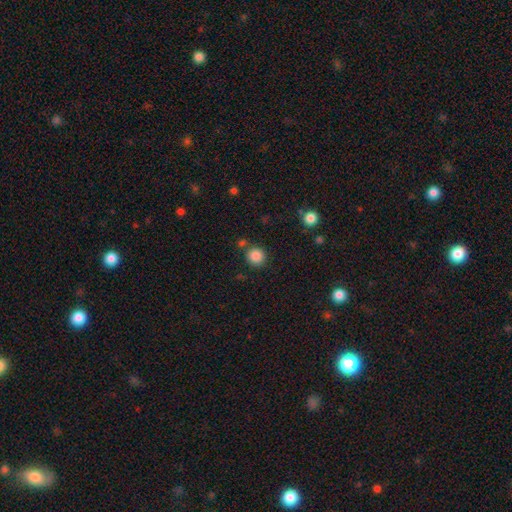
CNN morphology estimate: Smooth or featured? smooth (86%)
How rounded? round (91%)
Merging? none (79%)